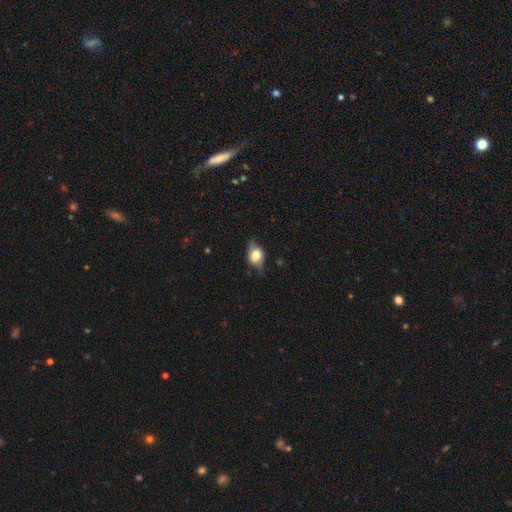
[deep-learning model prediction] This appears to be a smooth galaxy with no disk features (50%). Merging: none (65%).